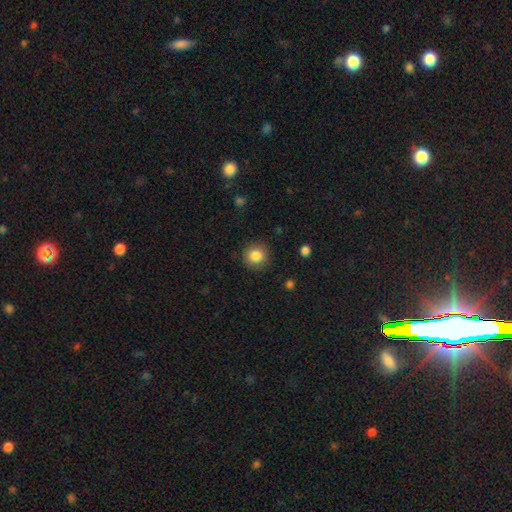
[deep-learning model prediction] Smooth or featured: smooth — 85% (star or artifact — 10%)
How rounded: round — 93% (in between — 6%)
Merging: none — 89% (minor disturbance — 7%)